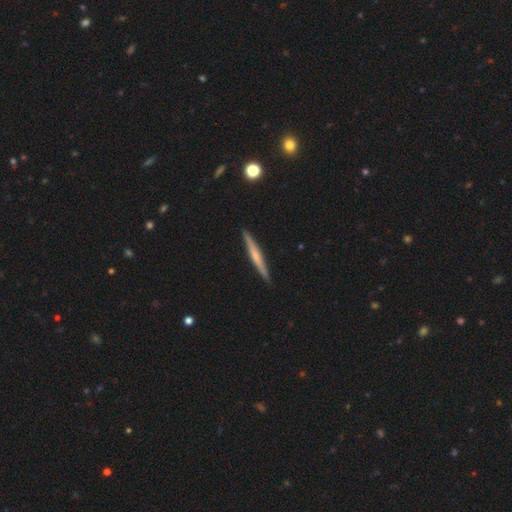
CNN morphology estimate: A featured or disk galaxy (52%) viewed edge-on (97%) with no central bulge (48%).

Vote fractions:
- Smooth or featured? featured or disk: 52% / smooth: 42% / star or artifact: 6%
- Edge-on disk? yes: 97% / no: 3%
- Edge-on bulge? none: 48% / rounded: 43% / boxy: 9%
- Merging? none: 91% / minor disturbance: 6% / major disturbance: 1% / merger: 1%